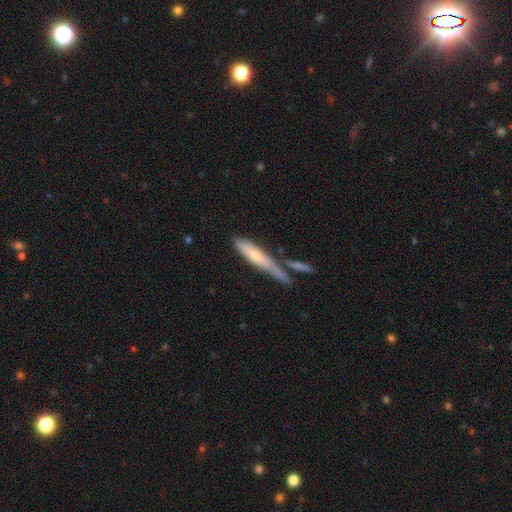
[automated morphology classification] This is likely a smooth galaxy (60%). How rounded: clearly cigar-shaped (82%). Merging: possibly none (49%).